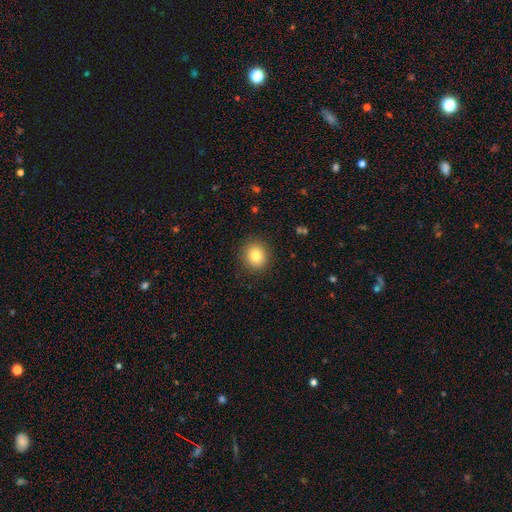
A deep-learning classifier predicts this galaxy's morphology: Smooth or featured? Predicted: smooth (p=0.82). How rounded? Predicted: round (p=0.82). Merging? Predicted: none (p=0.89).